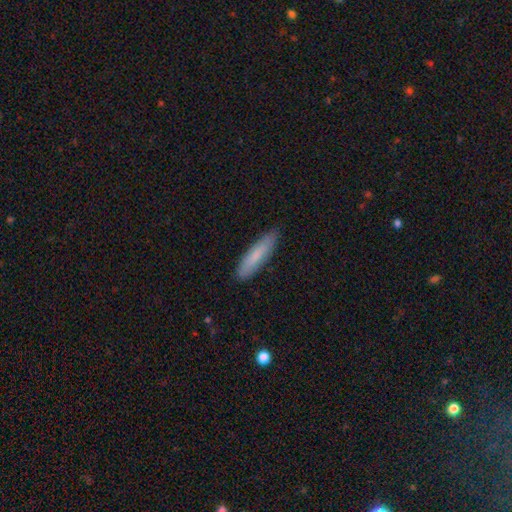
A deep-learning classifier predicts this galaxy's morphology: smooth_or_featured: smooth (p=0.79) [alt: featured or disk p=0.15]
how_rounded: cigar-shaped (p=0.80) [alt: in between p=0.18]
merging: none (p=0.87) [alt: minor disturbance p=0.10]